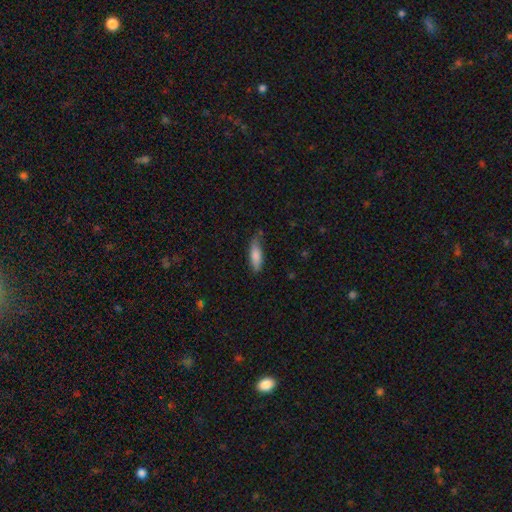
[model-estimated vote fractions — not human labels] This is clearly a smooth galaxy (83%). How rounded: possibly in between (50%). Merging: likely none (65%).